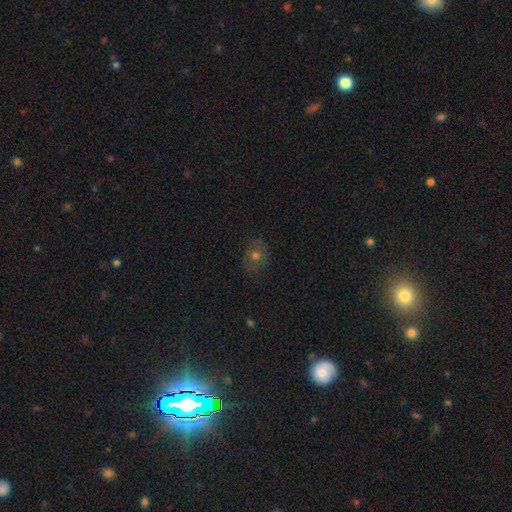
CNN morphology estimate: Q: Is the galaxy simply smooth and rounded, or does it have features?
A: smooth — 51%.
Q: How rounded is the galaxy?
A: round — 67%.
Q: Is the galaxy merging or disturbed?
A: none — 77%.